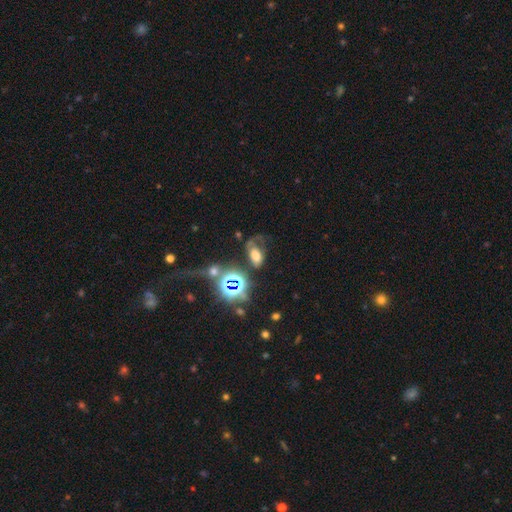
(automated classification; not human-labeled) This is possibly a smooth galaxy (48%). Merging: marginally major disturbance (39%).